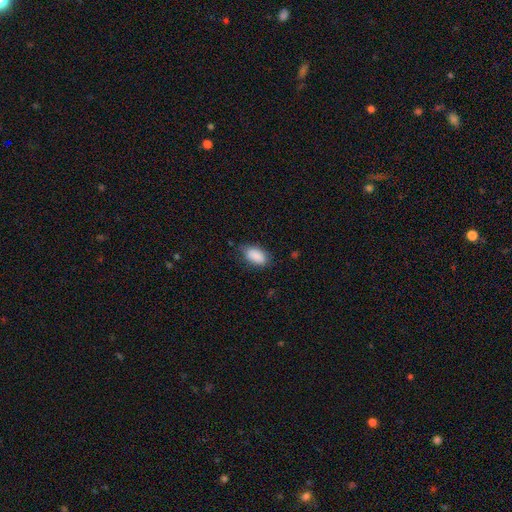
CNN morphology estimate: This is clearly a smooth galaxy (88%). How rounded: clearly in between (92%). Merging: likely none (72%).